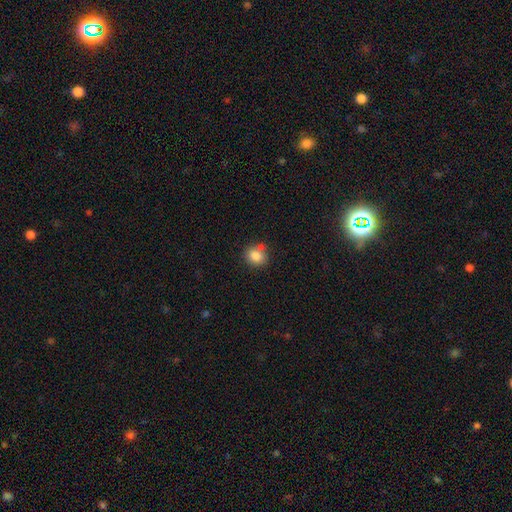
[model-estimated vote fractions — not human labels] The model was most divided on "how rounded": round: 75%, in between: 24%, cigar-shaped: 1%. More confident: smooth or featured — smooth (84%); merging — none (68%).